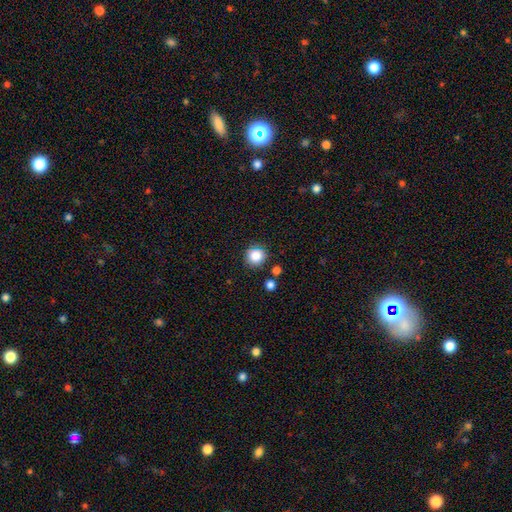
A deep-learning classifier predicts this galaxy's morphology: smooth 84%, star or artifact 11%, featured or disk 5%. Down the decision tree: how rounded — round (93%); merging — none (83%).